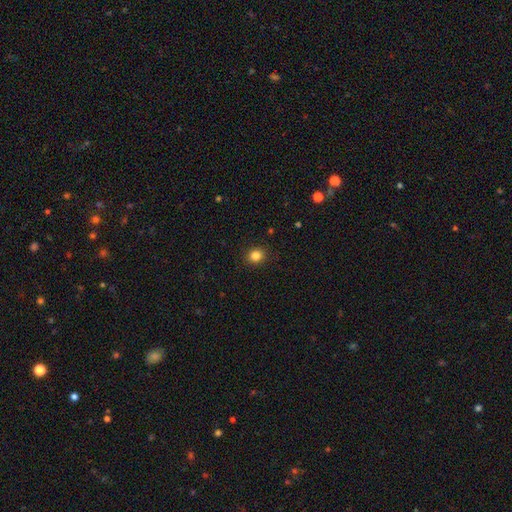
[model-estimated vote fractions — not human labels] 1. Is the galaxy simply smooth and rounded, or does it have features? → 83% smooth, 12% star or artifact, 5% featured or disk.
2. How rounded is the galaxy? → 80% round, 19% in between, 1% cigar-shaped.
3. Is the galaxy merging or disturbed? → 91% none, 6% minor disturbance, 2% major disturbance, 1% merger.